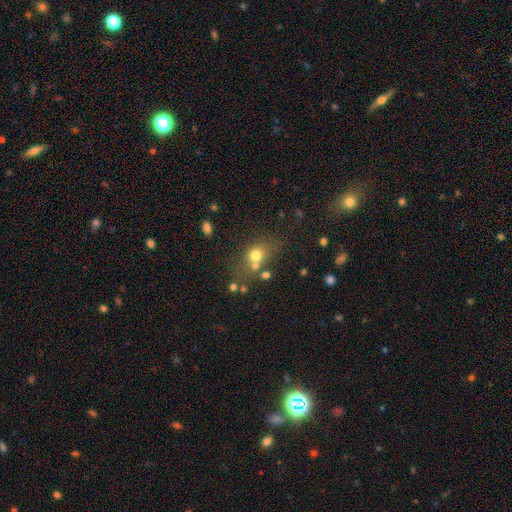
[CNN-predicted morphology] smooth 69%, star or artifact 16%, featured or disk 14%. Down the decision tree: how rounded — round (64%); merging — none (48%).